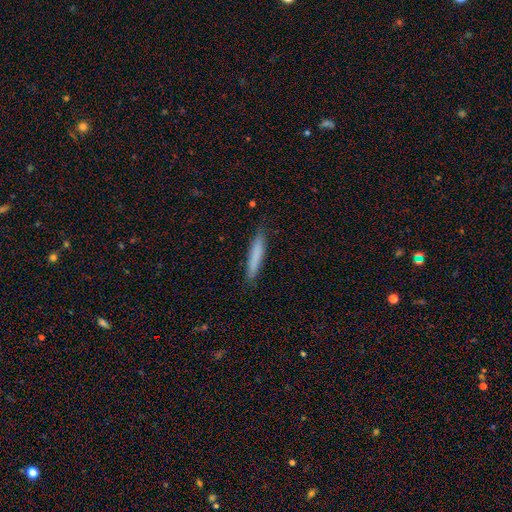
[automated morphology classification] Smooth or featured?
  - smooth: 79% *
  - featured or disk: 15%
  - star or artifact: 6%
How rounded?
  - cigar-shaped: 93% *
  - in between: 6%
  - round: 1%
Merging?
  - none: 86% *
  - minor disturbance: 11%
  - major disturbance: 2%
  - merger: 1%